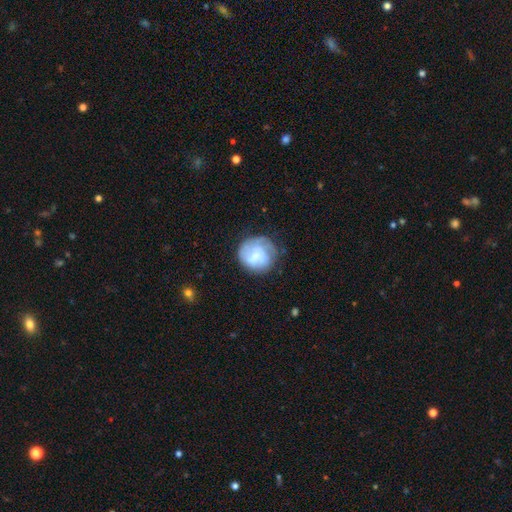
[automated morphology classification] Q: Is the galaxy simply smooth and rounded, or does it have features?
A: smooth — 51%.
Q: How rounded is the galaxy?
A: round — 85%.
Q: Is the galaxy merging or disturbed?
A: none — 55%.